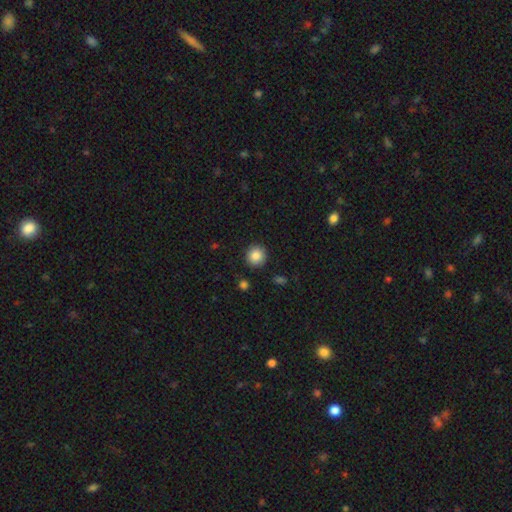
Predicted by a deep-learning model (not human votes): smooth-or-featured: smooth: 86% | star or artifact: 9% | featured or disk: 5%
  how-rounded: round: 94% | in between: 5% | cigar-shaped: 1%
  merging: none: 91% | minor disturbance: 6% | major disturbance: 2% | merger: 2%